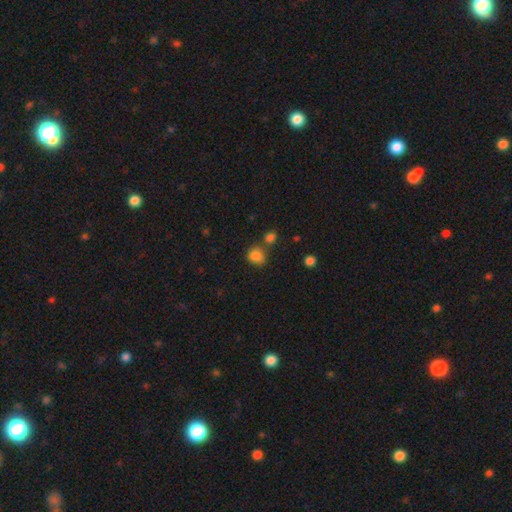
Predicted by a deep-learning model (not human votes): smooth_or_featured: smooth (p=0.82) [alt: star or artifact p=0.12]
how_rounded: round (p=0.59) [alt: in between p=0.40]
merging: none (p=0.54) [alt: merger p=0.20]